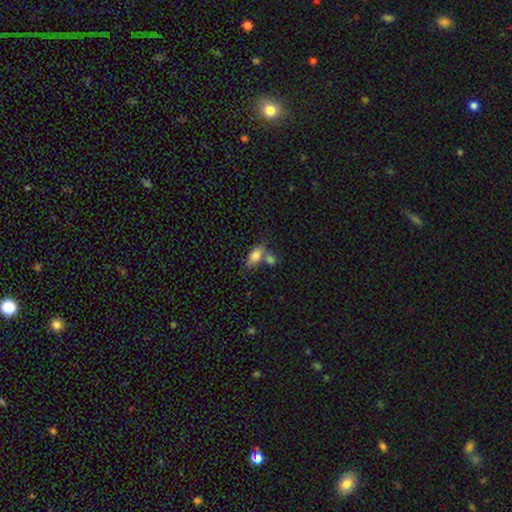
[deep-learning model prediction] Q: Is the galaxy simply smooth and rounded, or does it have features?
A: smooth — 76%.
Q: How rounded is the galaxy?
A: in between — 81%.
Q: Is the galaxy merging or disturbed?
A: merger — 43%.